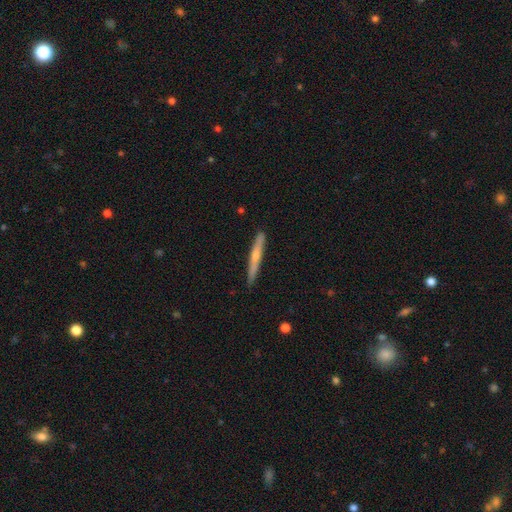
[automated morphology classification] Smooth or featured: featured or disk — 48% (smooth — 46%)
Merging: none — 89% (minor disturbance — 9%)